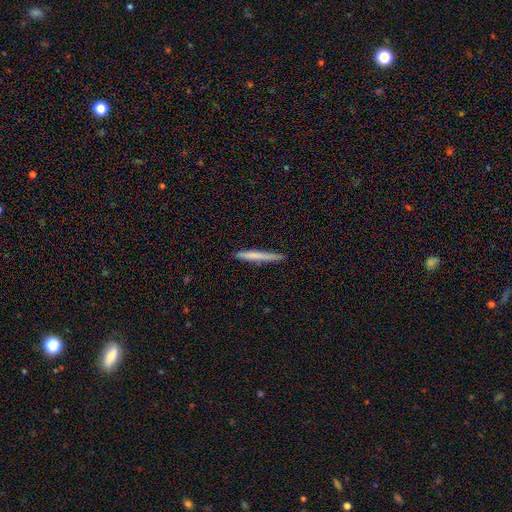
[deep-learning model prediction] smooth 69%, featured or disk 25%, star or artifact 6%. Down the decision tree: how rounded — cigar-shaped (97%); merging — none (88%).